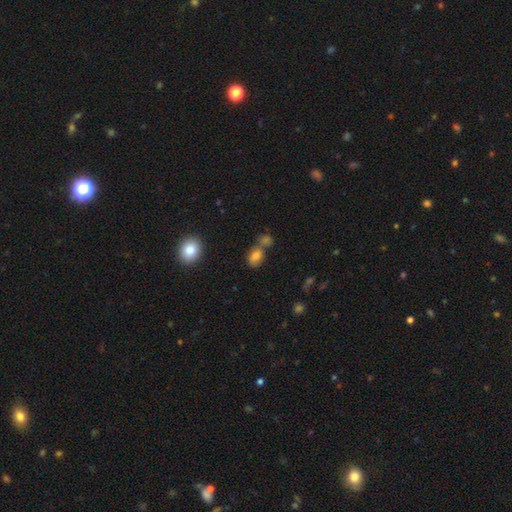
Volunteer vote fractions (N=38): Morphology: type=smooth (79%); roundness=in between (90%); merging=none (49%).